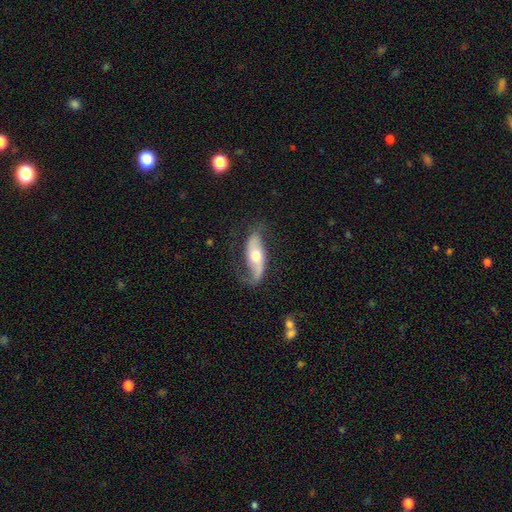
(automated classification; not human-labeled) Smooth or featured? featured or disk (69%)
Edge-on disk? no (85%)
Bar? no (59%)
Spiral arms? yes (86%)
Bulge size? moderate (72%)
Merging? none (56%)